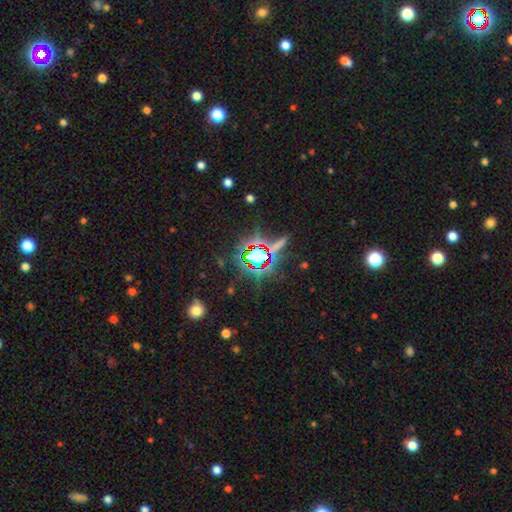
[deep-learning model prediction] Overall: star or artifact (74%).